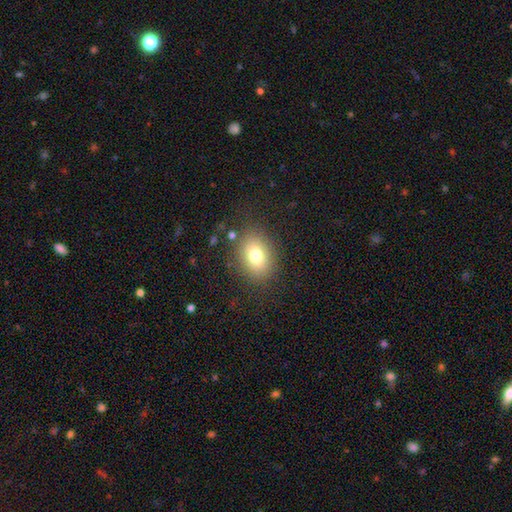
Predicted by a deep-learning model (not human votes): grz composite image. It shows a smooth galaxy with no disk features (76%) that is in between round and cigar-shaped (61%). Merging: none (83%).